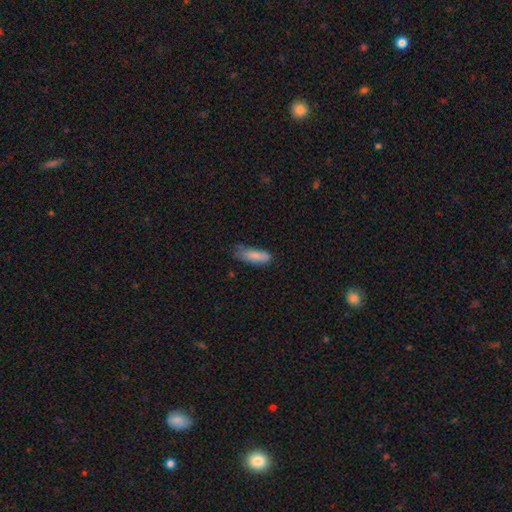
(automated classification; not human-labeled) Smooth or featured? Predicted: smooth (p=0.83). How rounded? Predicted: in between (p=0.57). Merging? Predicted: none (p=0.47).